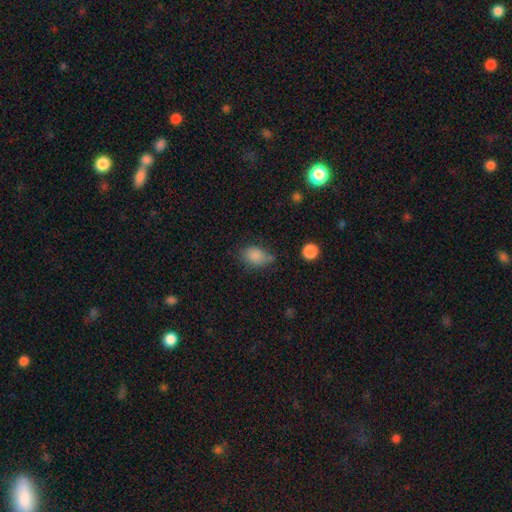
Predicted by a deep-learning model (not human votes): smooth-or-featured: smooth: 83% | star or artifact: 11% | featured or disk: 6%
  how-rounded: in between: 75% | round: 23% | cigar-shaped: 2%
  merging: none: 53% | minor disturbance: 32% | major disturbance: 10% | merger: 5%